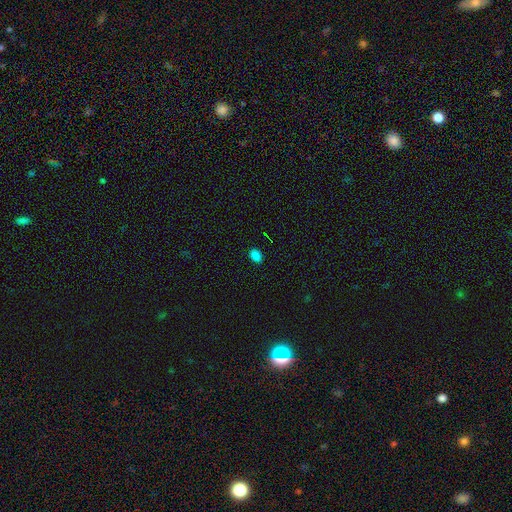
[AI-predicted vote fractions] Overall: smooth (82%). How rounded: in between (82%). Merging: none (88%).